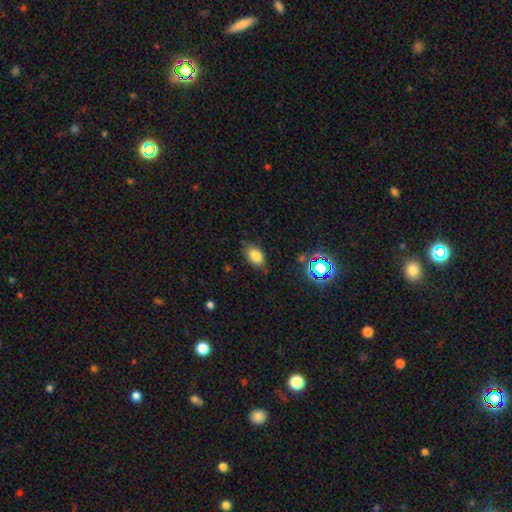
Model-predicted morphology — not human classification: This appears to be a smooth galaxy with no disk features (79%) that is in between round and cigar-shaped (87%). Merging: none (76%).